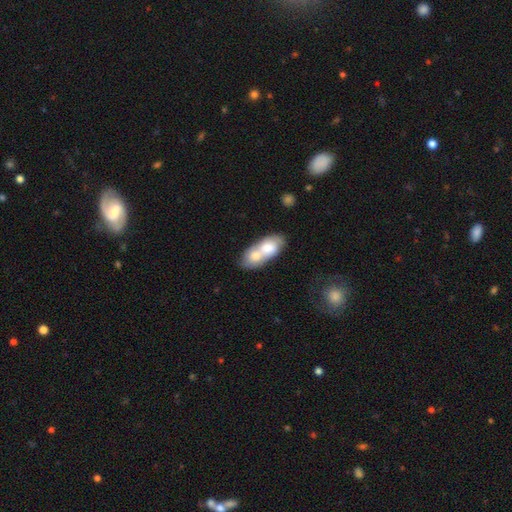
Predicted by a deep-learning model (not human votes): Smooth or featured? smooth (65%)
How rounded? in between (79%)
Merging? merger (76%)